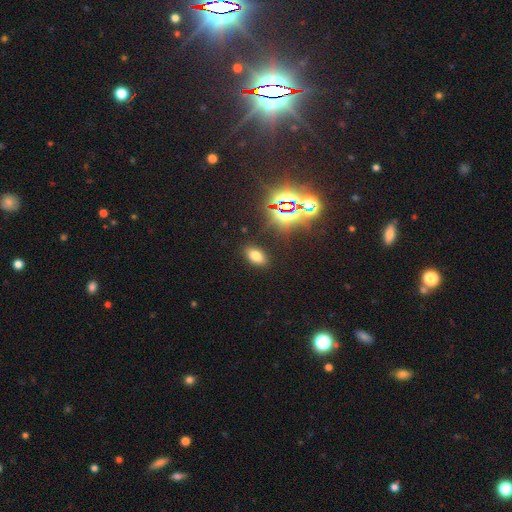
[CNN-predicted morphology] This appears to be a smooth galaxy with no disk features (67%) that is in between round and cigar-shaped (88%). Merging: none (88%).